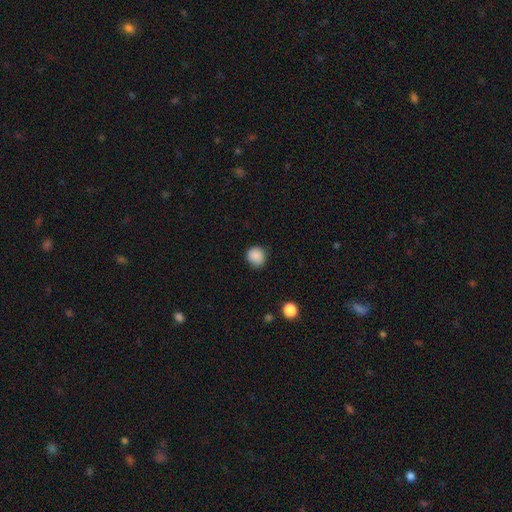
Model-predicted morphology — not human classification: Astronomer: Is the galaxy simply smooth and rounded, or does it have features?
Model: smooth — 88%.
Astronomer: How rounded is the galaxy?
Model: round — 88%.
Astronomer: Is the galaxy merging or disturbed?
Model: none — 83%.